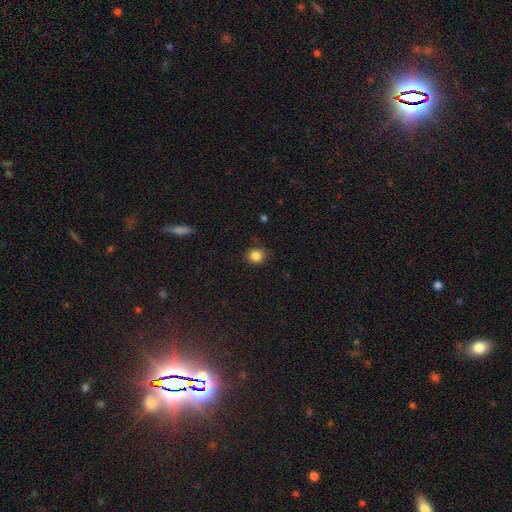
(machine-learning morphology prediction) Smooth or featured: smooth — 85% (star or artifact — 11%)
How rounded: round — 86% (in between — 13%)
Merging: none — 86% (minor disturbance — 11%)